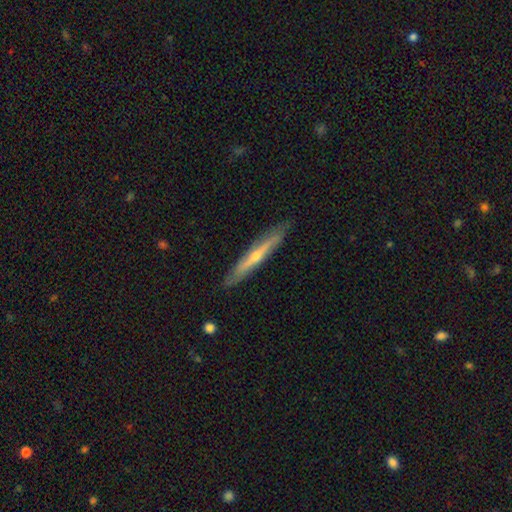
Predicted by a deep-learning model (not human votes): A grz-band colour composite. It shows a featured or disk galaxy (68%) viewed edge-on (91%) with a rounded central bulge (76%). Merging: none (86%).